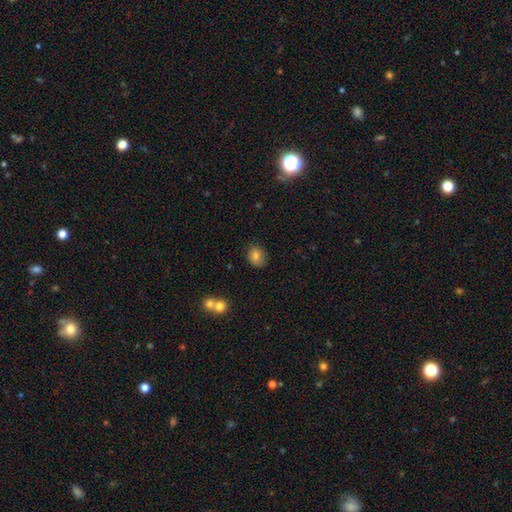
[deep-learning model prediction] smooth_or_featured: smooth (p=0.80) [alt: star or artifact p=0.10]
how_rounded: round (p=0.62) [alt: in between p=0.37]
merging: none (p=0.82) [alt: minor disturbance p=0.12]